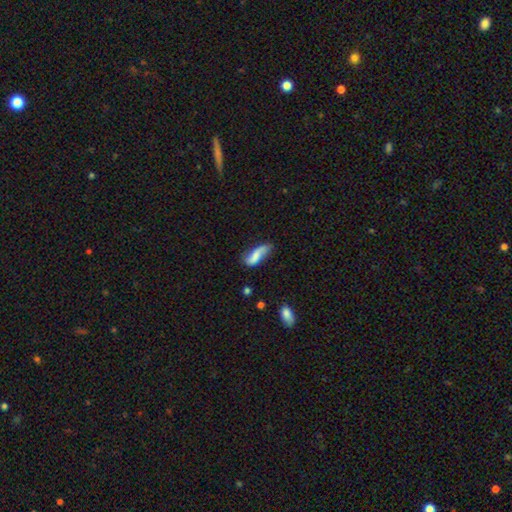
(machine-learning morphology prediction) A smooth galaxy with no disk features (63%) that is in between round and cigar-shaped (66%).

Vote fractions:
- Smooth or featured? smooth: 63% / featured or disk: 30% / star or artifact: 7%
- How rounded? in between: 66% / cigar-shaped: 32% / round: 3%
- Merging? none: 47% / minor disturbance: 35% / major disturbance: 13% / merger: 4%